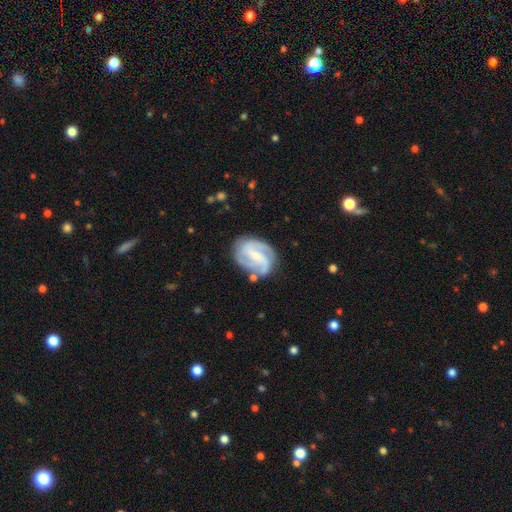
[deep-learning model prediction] Overall: featured or disk (84%). Edge-on disk: no (98%). Bar: weak (45%; strong 33%). Spiral arms: yes (96%). Spiral arm count: 2 (54%; 3 26%). Spiral winding: medium (46%; tight 29%). Bulge size: small (66%). Merging: none (71%).